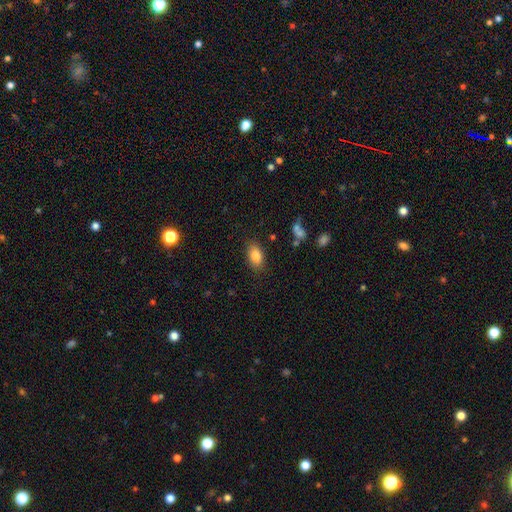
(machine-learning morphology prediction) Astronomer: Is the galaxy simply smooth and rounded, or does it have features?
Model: smooth — 84%.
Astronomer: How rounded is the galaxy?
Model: in between — 90%.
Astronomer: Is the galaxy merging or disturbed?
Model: none — 85%.